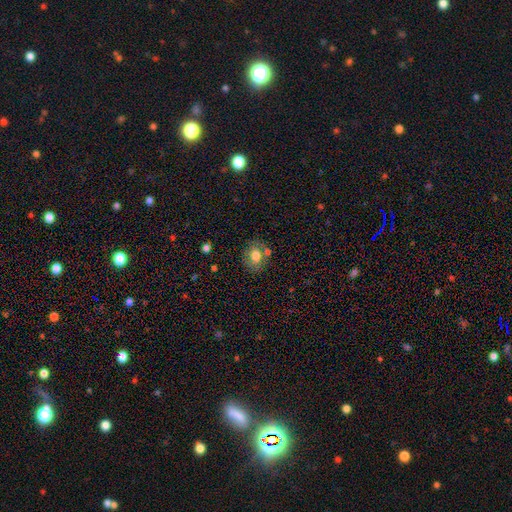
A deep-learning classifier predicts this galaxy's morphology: Q: Smooth or featured?
A: smooth (70%); runner-up: featured or disk (20%)
Q: How rounded?
A: in between (54%); runner-up: round (45%)
Q: Merging?
A: none (68%); runner-up: minor disturbance (17%)